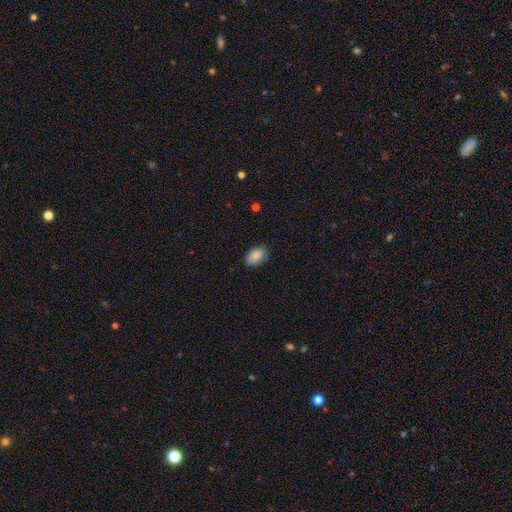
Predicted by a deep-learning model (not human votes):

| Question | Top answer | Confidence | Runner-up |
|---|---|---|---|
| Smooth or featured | smooth | 89% | star or artifact (7%) |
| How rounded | in between | 86% | round (13%) |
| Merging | none | 82% | minor disturbance (14%) |